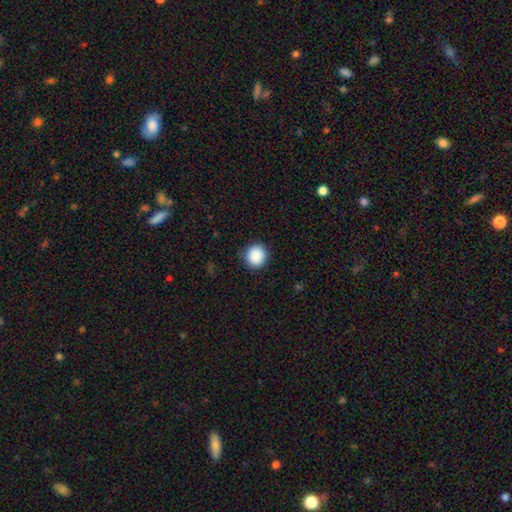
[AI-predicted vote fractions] Smooth or featured?
  - smooth: 90% *
  - star or artifact: 8%
  - featured or disk: 2%
How rounded?
  - round: 86% *
  - in between: 13%
  - cigar-shaped: 1%
Merging?
  - none: 89% *
  - minor disturbance: 8%
  - major disturbance: 3%
  - merger: 1%